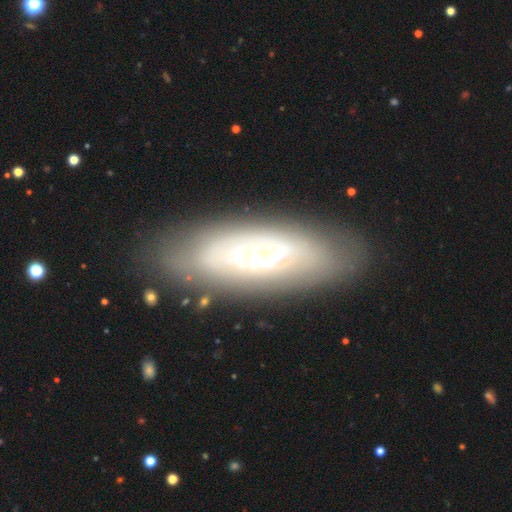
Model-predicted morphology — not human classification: The model was most divided on "spiral arms": no: 58%, yes: 42%. More confident: edge-on disk — no (82%); bar — no (81%); merging — none (76%); bulge size — small (75%); smooth or featured — featured or disk (65%).